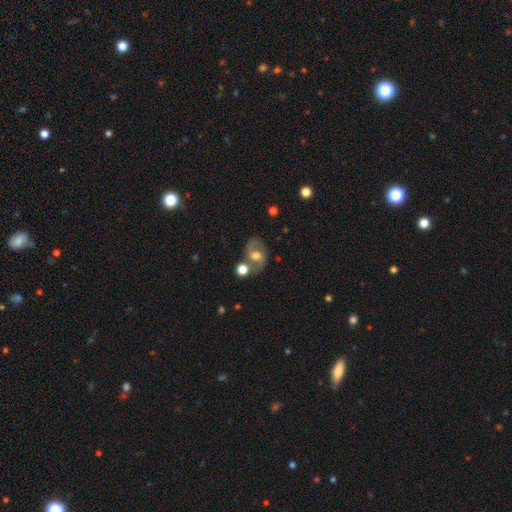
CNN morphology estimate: A featured or disk galaxy (52%). Merging: none (59%).